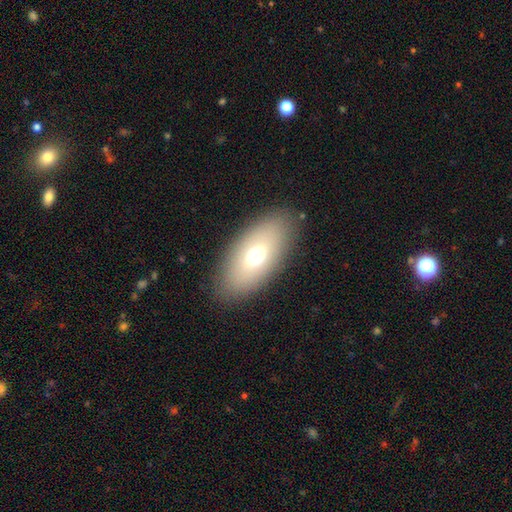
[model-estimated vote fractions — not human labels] Smooth or featured?
  - smooth: 66% *
  - featured or disk: 24%
  - star or artifact: 10%
How rounded?
  - in between: 89% *
  - cigar-shaped: 6%
  - round: 5%
Merging?
  - none: 86% *
  - minor disturbance: 9%
  - major disturbance: 4%
  - merger: 1%